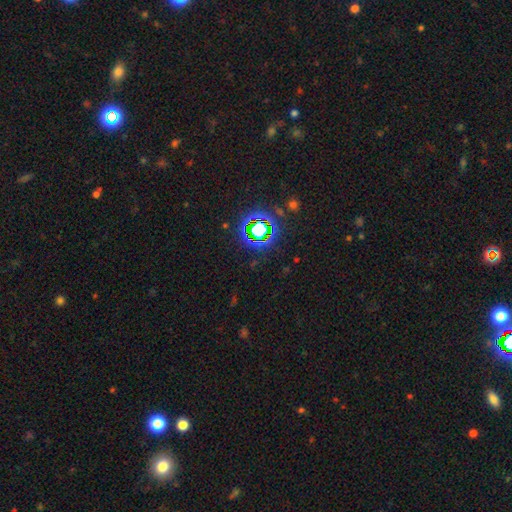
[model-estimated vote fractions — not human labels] A star or artifact, not a galaxy (77%).